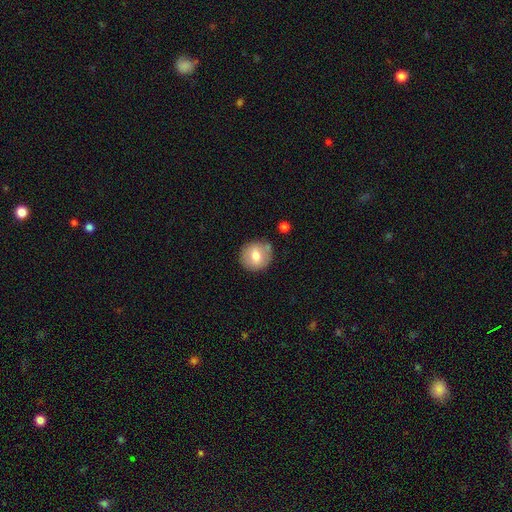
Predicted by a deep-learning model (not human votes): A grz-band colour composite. It shows a smooth galaxy with no disk features (71%) that is round (89%). Merging: none (79%).